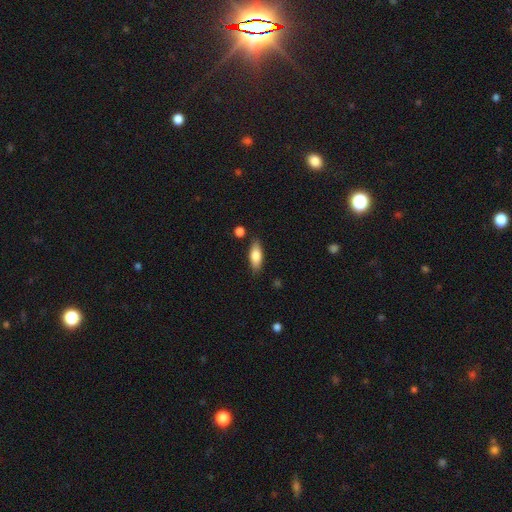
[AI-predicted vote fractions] smooth 77%, featured or disk 16%, star or artifact 7%. Down the decision tree: how rounded — in between (73%); merging — none (83%).